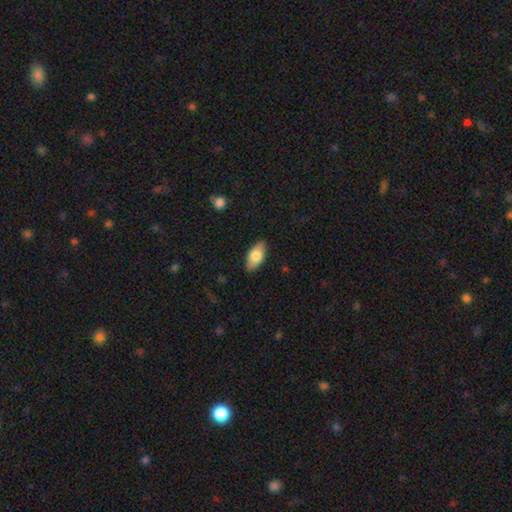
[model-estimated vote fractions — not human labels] This appears to be a smooth galaxy with no disk features (75%) that is in between round and cigar-shaped (90%). Merging: none (87%).